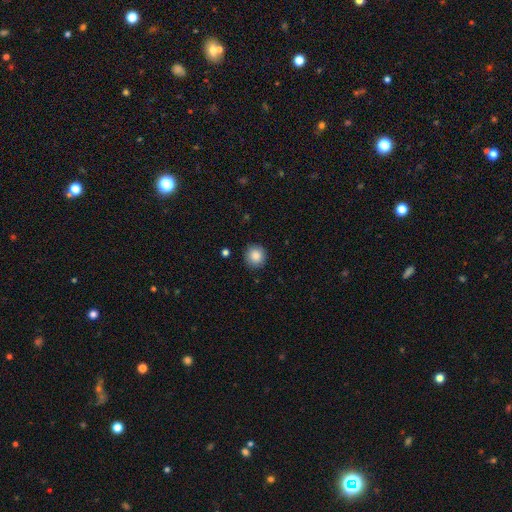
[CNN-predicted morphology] Smooth or featured?
  - smooth: 87% *
  - star or artifact: 9%
  - featured or disk: 5%
How rounded?
  - round: 93% *
  - in between: 7%
  - cigar-shaped: 1%
Merging?
  - none: 90% *
  - minor disturbance: 7%
  - major disturbance: 2%
  - merger: 1%